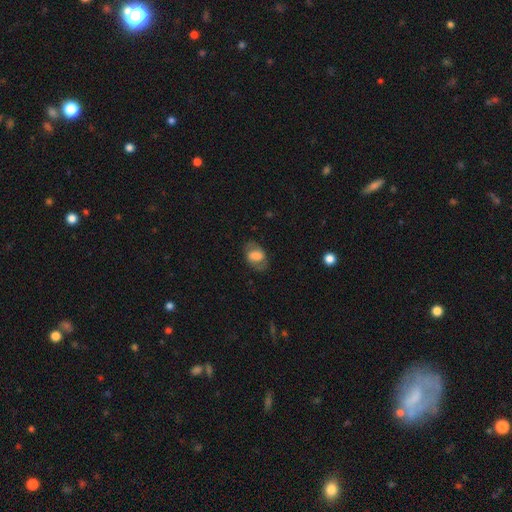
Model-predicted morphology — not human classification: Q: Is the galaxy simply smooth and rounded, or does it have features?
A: smooth — 60%.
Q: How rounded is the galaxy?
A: in between — 82%.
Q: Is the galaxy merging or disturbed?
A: none — 70%.